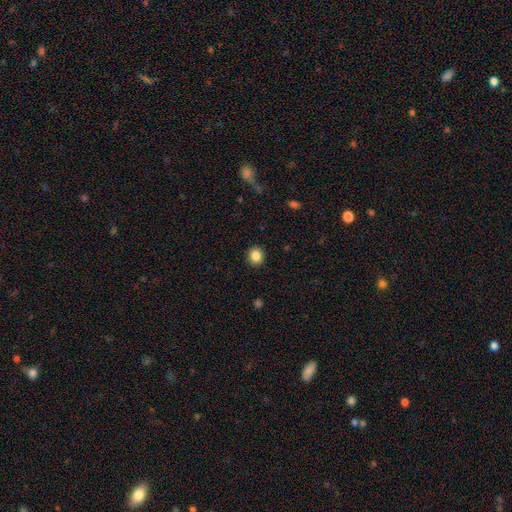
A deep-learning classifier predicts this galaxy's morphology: A smooth galaxy with no disk features (85%) that is round (82%).

Vote fractions:
- Smooth or featured? smooth: 85% / star or artifact: 10% / featured or disk: 5%
- How rounded? round: 82% / in between: 18% / cigar-shaped: 1%
- Merging? none: 91% / minor disturbance: 6% / major disturbance: 2% / merger: 1%